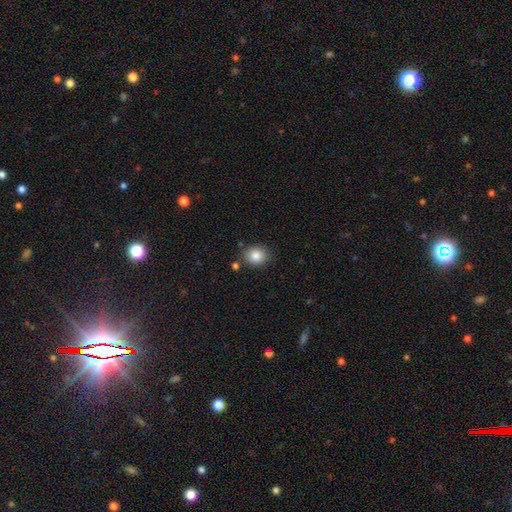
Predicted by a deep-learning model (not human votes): Smooth or featured? smooth (85%)
How rounded? round (64%)
Merging? none (81%)